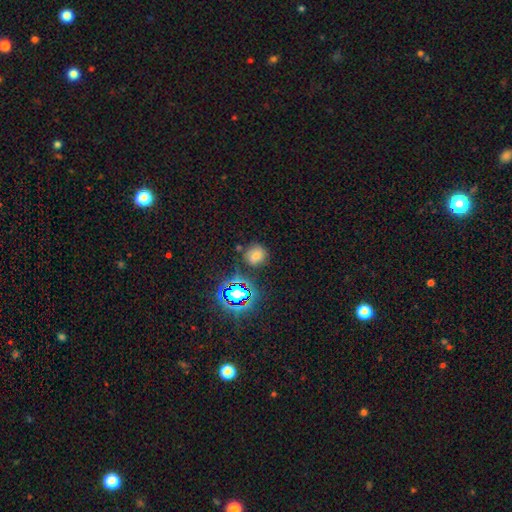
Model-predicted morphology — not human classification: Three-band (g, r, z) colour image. It shows a smooth galaxy with no disk features (64%) that is round (76%). Merging: none (74%).